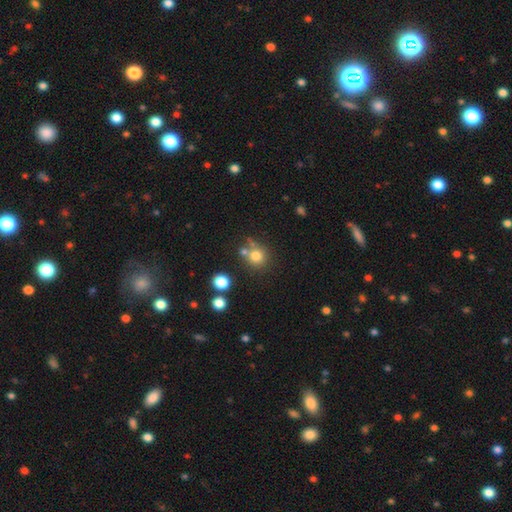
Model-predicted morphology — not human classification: smooth-or-featured: smooth: 77% | star or artifact: 14% | featured or disk: 9%
  how-rounded: round: 90% | in between: 9% | cigar-shaped: 1%
  merging: none: 66% | merger: 19% | minor disturbance: 10% | major disturbance: 4%